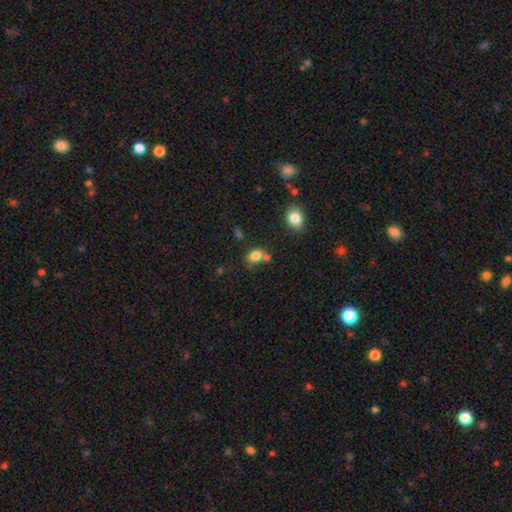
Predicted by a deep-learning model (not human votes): A smooth galaxy with no disk features (81%) that is in between round and cigar-shaped (69%).

Vote fractions:
- Smooth or featured? smooth: 81% / star or artifact: 12% / featured or disk: 7%
- How rounded? in between: 69% / round: 30% / cigar-shaped: 1%
- Merging? none: 52% / merger: 27% / minor disturbance: 15% / major disturbance: 5%